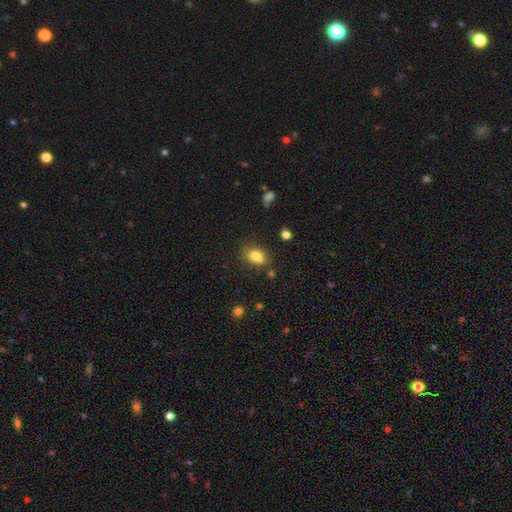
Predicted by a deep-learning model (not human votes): Smooth or featured: smooth — 77% (featured or disk — 12%)
How rounded: in between — 65% (round — 34%)
Merging: none — 50% (merger — 23%)